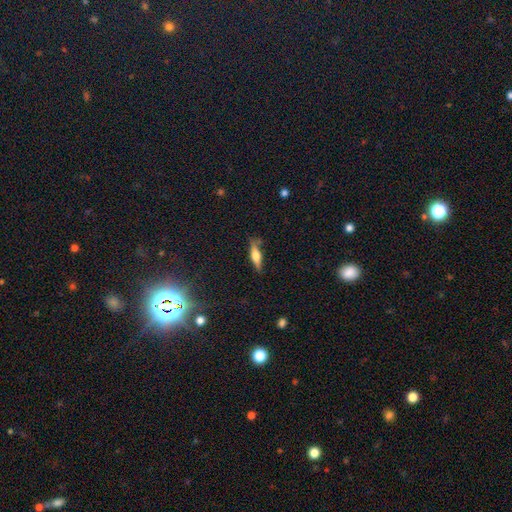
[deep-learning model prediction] Q: Smooth or featured?
A: smooth (48%); runner-up: featured or disk (44%)
Q: Merging?
A: none (77%); runner-up: minor disturbance (16%)